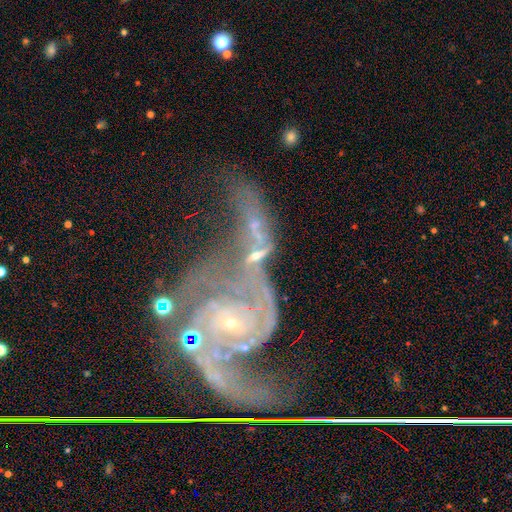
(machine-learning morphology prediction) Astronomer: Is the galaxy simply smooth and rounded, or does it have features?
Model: featured or disk — 62%.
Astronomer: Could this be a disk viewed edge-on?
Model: no — 82%.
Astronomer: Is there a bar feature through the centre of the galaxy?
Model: no — 63%.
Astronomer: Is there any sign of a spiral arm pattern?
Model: yes — 59% (runner-up: no, 41%).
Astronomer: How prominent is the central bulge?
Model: small — 56%.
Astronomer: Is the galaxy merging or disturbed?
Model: merger — 41% (runner-up: none, 22%).